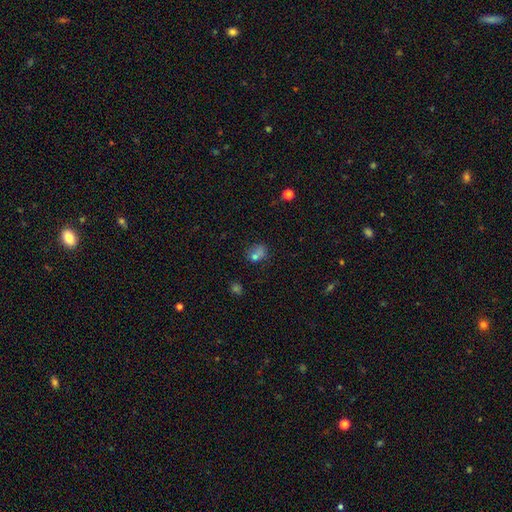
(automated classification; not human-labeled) This is likely a smooth galaxy (65%). How rounded: possibly round (58%). Merging: possibly none (51%).